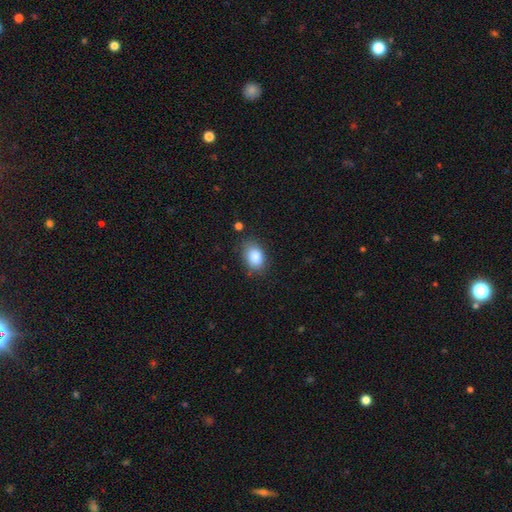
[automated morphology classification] This is clearly a smooth galaxy (86%). How rounded: likely in between (76%). Merging: likely none (74%).